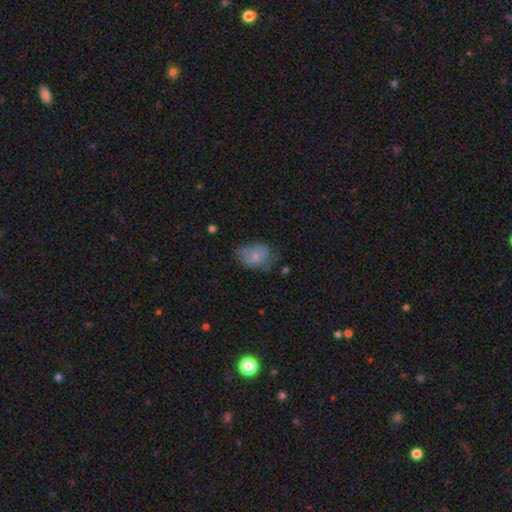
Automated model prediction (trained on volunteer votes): This appears to be a smooth galaxy with no disk features (64%) that is in between round and cigar-shaped (72%). Merging: none (44%).